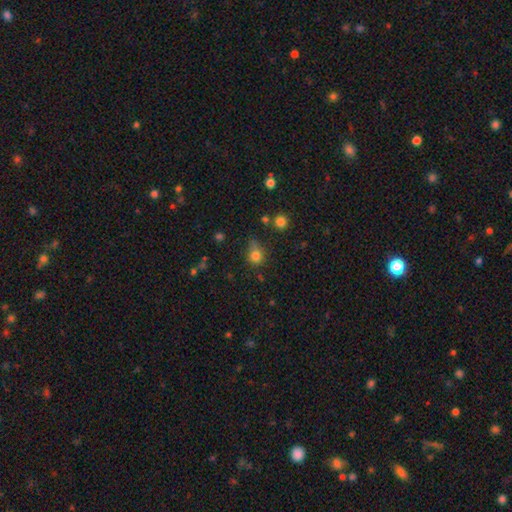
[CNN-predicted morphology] Smooth or featured? Predicted: smooth (p=0.78). How rounded? Predicted: round (p=0.79). Merging? Predicted: none (p=0.51).